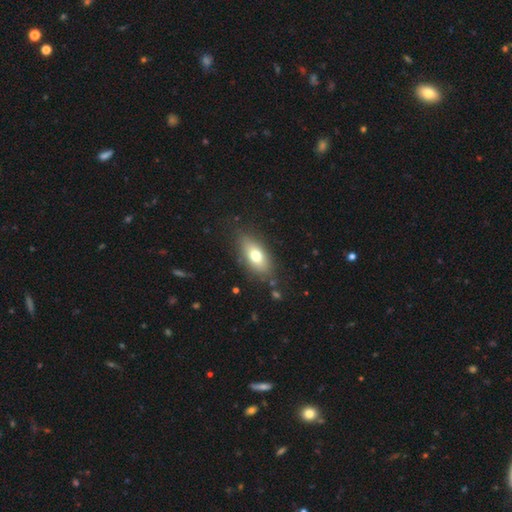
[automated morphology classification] Smooth or featured: smooth — 70% (featured or disk — 22%)
How rounded: in between — 83% (cigar-shaped — 11%)
Merging: none — 81% (minor disturbance — 13%)